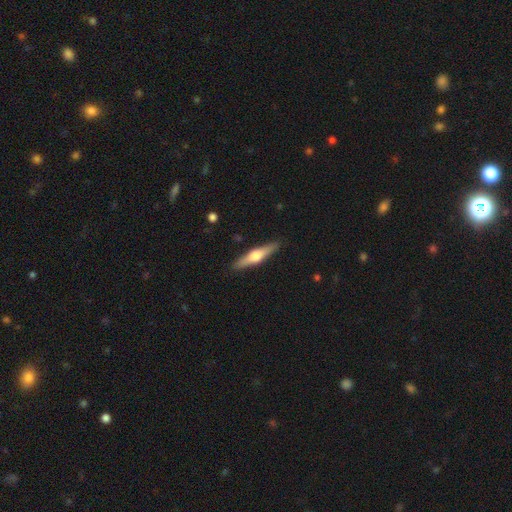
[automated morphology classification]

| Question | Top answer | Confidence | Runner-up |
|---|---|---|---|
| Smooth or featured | featured or disk | 59% | smooth (36%) |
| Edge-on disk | yes | 96% | no (4%) |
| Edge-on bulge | rounded | 92% | boxy (5%) |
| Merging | none | 90% | minor disturbance (8%) |